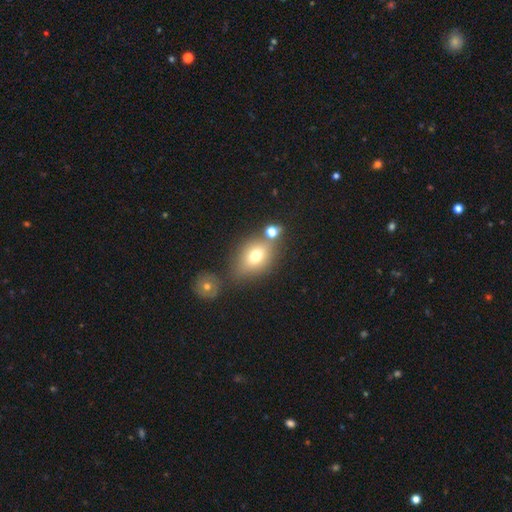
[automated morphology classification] Smooth or featured?
  - smooth: 70% *
  - featured or disk: 17%
  - star or artifact: 13%
How rounded?
  - in between: 67% *
  - round: 30%
  - cigar-shaped: 3%
Merging?
  - none: 62% *
  - merger: 18%
  - minor disturbance: 15%
  - major disturbance: 6%